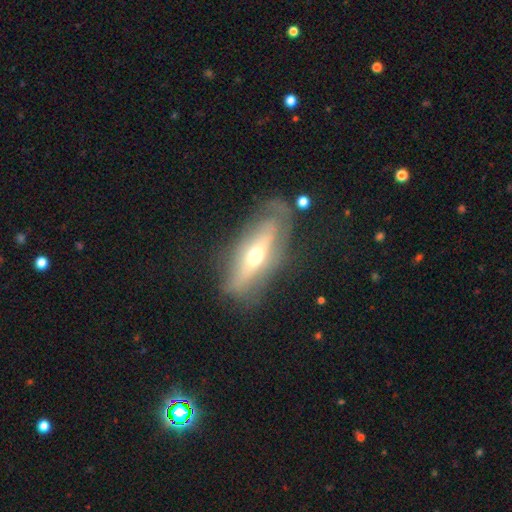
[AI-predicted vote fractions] Smooth or featured: featured or disk — 62% (smooth — 31%)
Edge-on disk: yes — 52% (no — 48%)
Merging: none — 61% (minor disturbance — 22%)